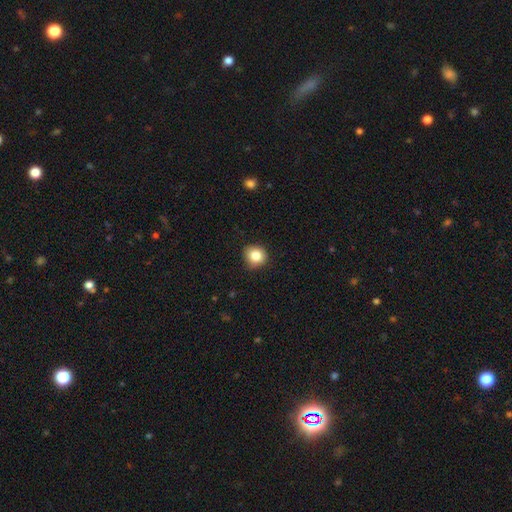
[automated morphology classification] This appears to be a smooth galaxy with no disk features (84%) that is round (87%). Merging: none (87%).